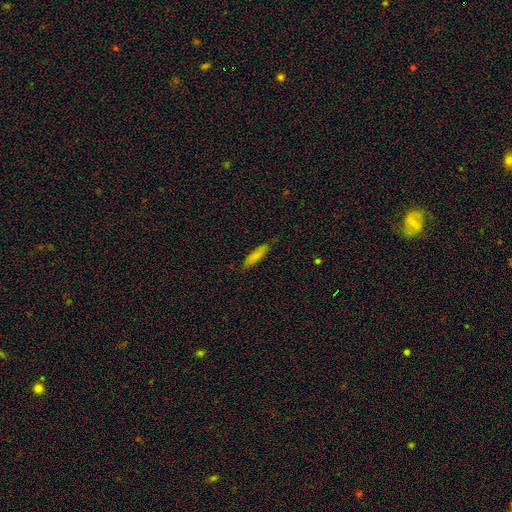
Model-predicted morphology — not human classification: Smooth or featured?
  - smooth: 80% *
  - featured or disk: 12%
  - star or artifact: 8%
How rounded?
  - cigar-shaped: 77% *
  - in between: 22%
  - round: 2%
Merging?
  - none: 84% *
  - minor disturbance: 13%
  - major disturbance: 2%
  - merger: 1%